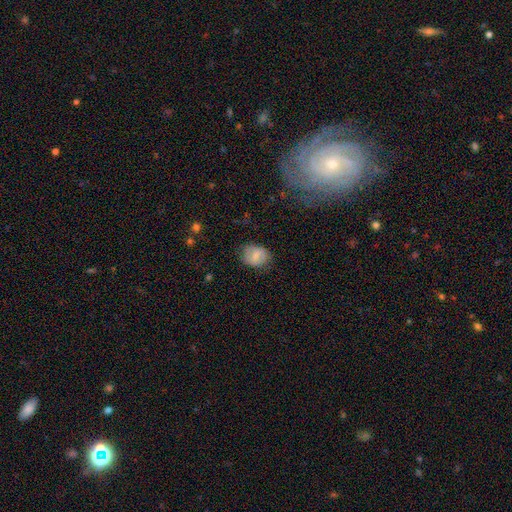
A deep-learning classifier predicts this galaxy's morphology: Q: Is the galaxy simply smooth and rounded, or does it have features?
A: smooth — 61%.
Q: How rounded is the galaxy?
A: in between — 58%.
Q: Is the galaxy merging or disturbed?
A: none — 72%.